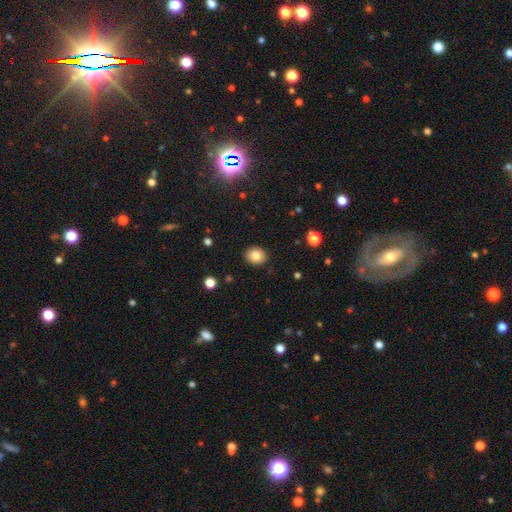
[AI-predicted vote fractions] Morphology: type=smooth (84%); roundness=round (61%); merging=none (90%).